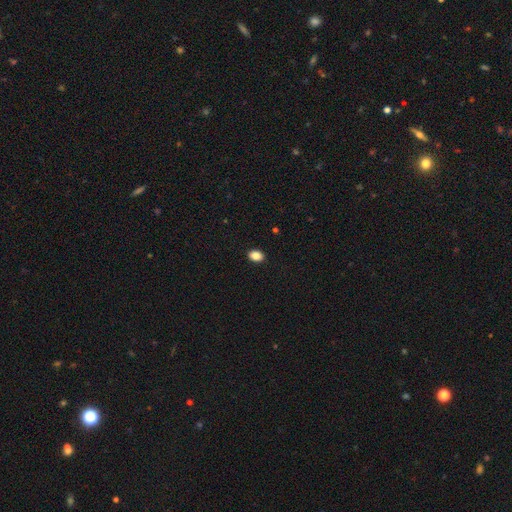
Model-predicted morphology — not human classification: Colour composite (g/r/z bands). It shows a smooth galaxy with no disk features (87%) that is in between round and cigar-shaped (76%). Merging: none (91%).